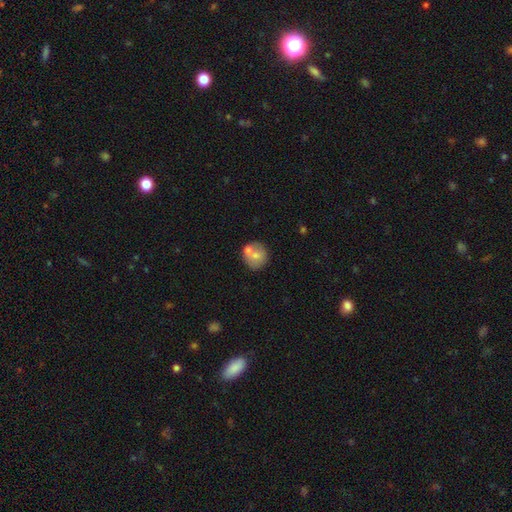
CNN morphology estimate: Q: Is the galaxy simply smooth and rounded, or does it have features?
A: smooth — 69%.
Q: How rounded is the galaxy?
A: round — 85%.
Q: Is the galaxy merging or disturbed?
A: none — 55%.